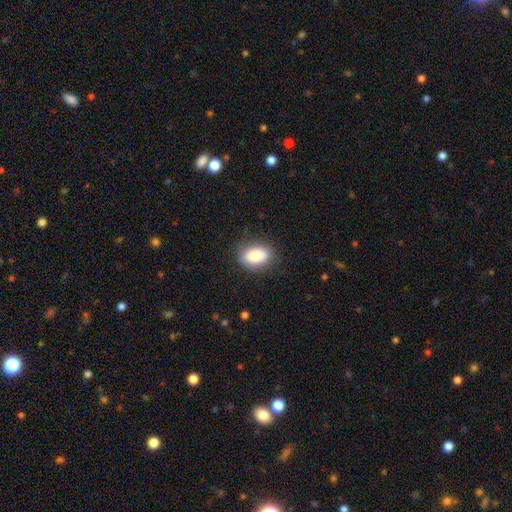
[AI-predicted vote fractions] A smooth galaxy with no disk features (80%) that is in between round and cigar-shaped (78%).

Vote fractions:
- Smooth or featured? smooth: 80% / featured or disk: 12% / star or artifact: 8%
- How rounded? in between: 78% / round: 21% / cigar-shaped: 1%
- Merging? none: 78% / minor disturbance: 16% / major disturbance: 5% / merger: 1%